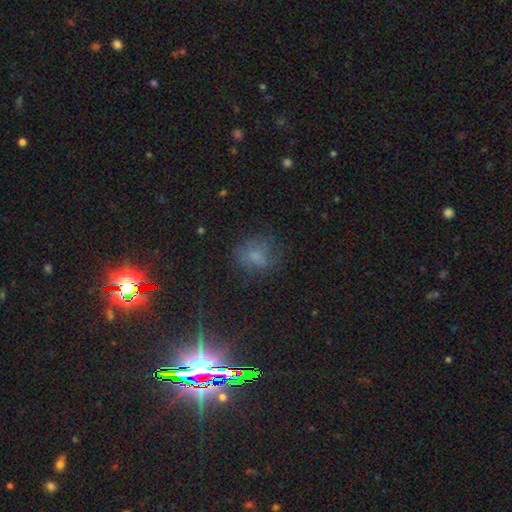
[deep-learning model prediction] smooth_or_featured: smooth (p=0.52) [alt: star or artifact p=0.27]
how_rounded: round (p=0.56) [alt: in between p=0.43]
merging: none (p=0.61) [alt: minor disturbance p=0.21]